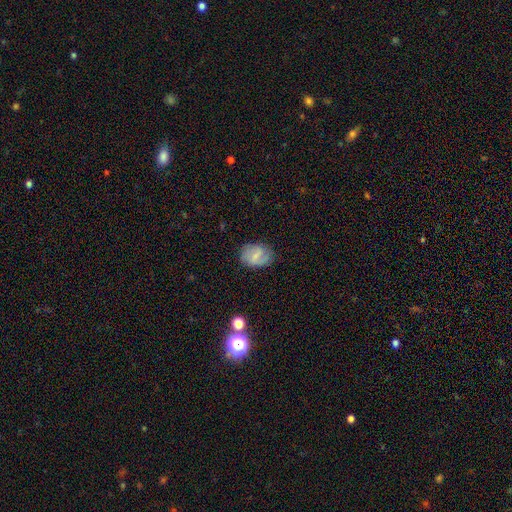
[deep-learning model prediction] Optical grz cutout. It shows a smooth galaxy with no disk features (49%). Merging: none (74%).